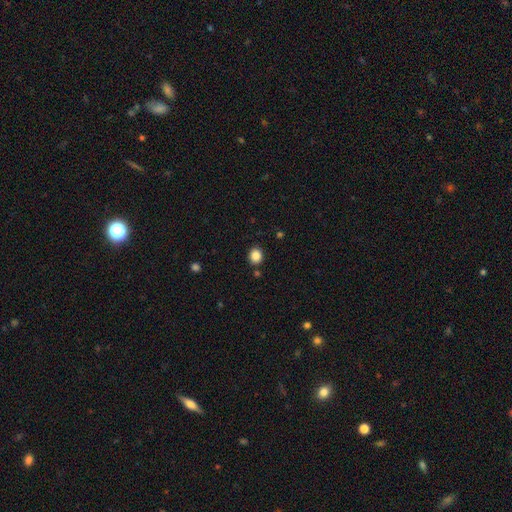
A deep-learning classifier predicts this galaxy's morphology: A smooth galaxy with no disk features (86%) that is round (76%).

Vote fractions:
- Smooth or featured? smooth: 86% / star or artifact: 10% / featured or disk: 4%
- How rounded? round: 76% / in between: 23% / cigar-shaped: 1%
- Merging? none: 87% / minor disturbance: 7% / merger: 3% / major disturbance: 2%